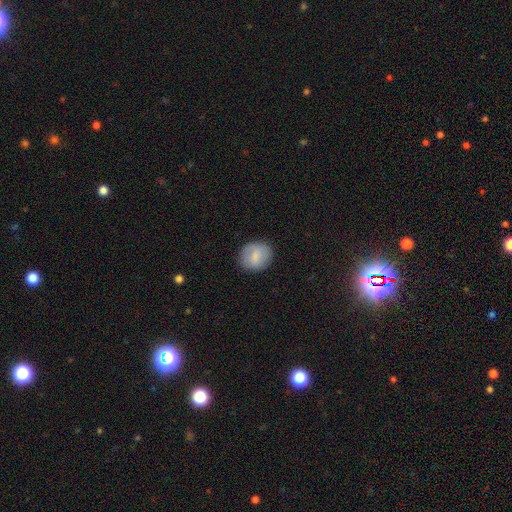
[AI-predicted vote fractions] smooth 76%, featured or disk 17%, star or artifact 7%. Down the decision tree: how rounded — round (70%); merging — none (84%).